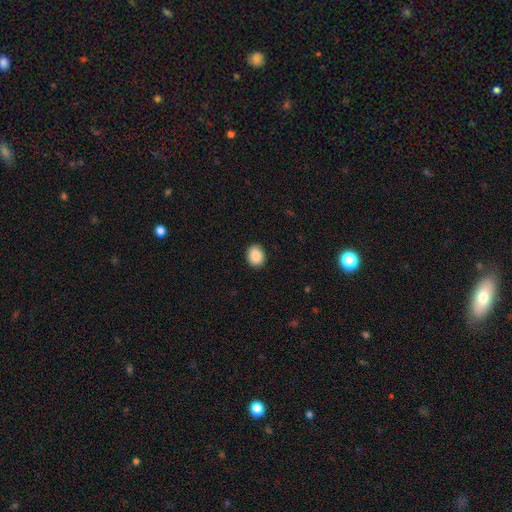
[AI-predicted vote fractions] Smooth or featured? Predicted: smooth (p=0.89). How rounded? Predicted: round (p=0.53). Merging? Predicted: none (p=0.89).